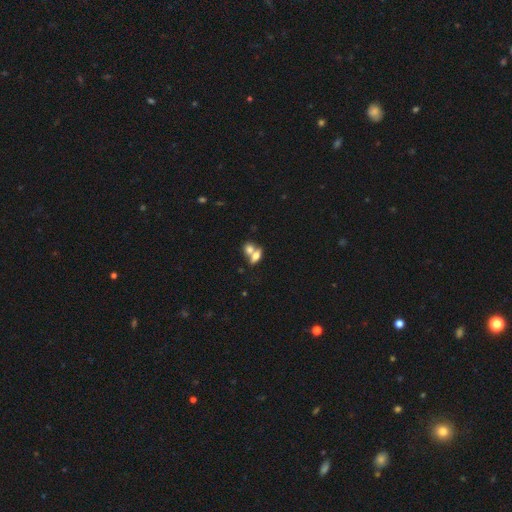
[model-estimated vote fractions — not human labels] Overall: smooth (66%). How rounded: in between (70%). Merging: merger (57%; none 31%).